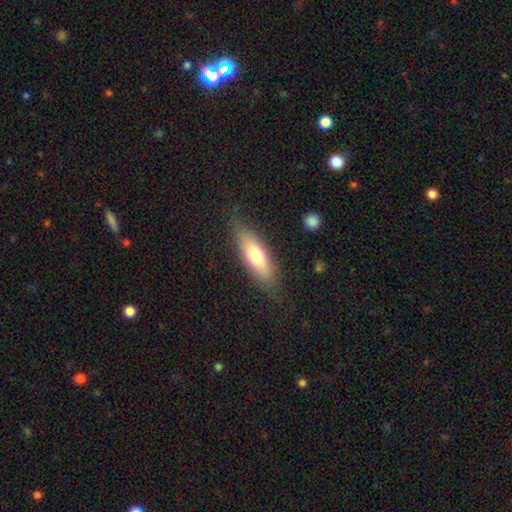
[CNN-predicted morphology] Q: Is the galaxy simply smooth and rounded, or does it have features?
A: smooth — 68%.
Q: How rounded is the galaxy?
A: in between — 56%.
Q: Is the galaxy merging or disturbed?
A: none — 77%.